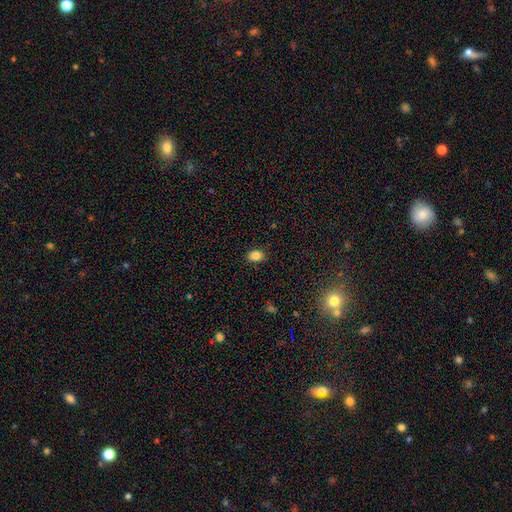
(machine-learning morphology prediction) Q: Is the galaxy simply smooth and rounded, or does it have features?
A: smooth — 85%.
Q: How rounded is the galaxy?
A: in between — 76%.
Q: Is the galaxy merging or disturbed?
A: none — 88%.